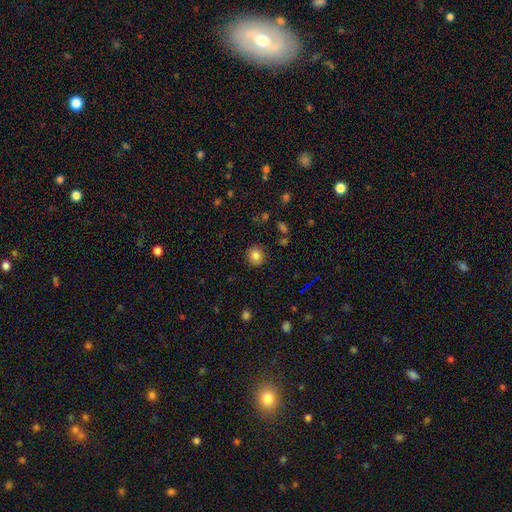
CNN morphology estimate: Smooth or featured: smooth — 83% (star or artifact — 11%)
How rounded: round — 85% (in between — 14%)
Merging: none — 88% (minor disturbance — 8%)